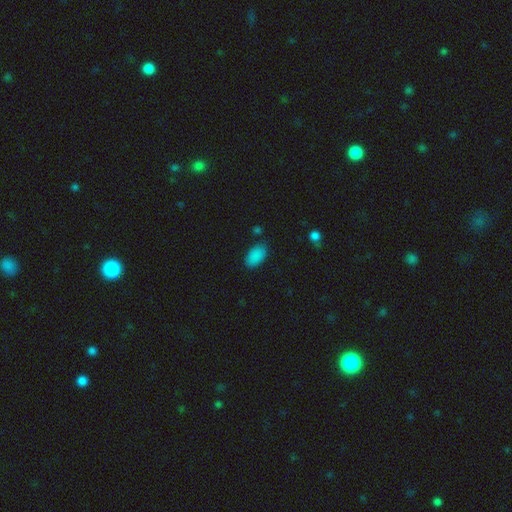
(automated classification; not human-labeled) Q: Smooth or featured?
A: smooth (87%); runner-up: star or artifact (9%)
Q: How rounded?
A: in between (94%); runner-up: round (4%)
Q: Merging?
A: none (81%); runner-up: minor disturbance (13%)